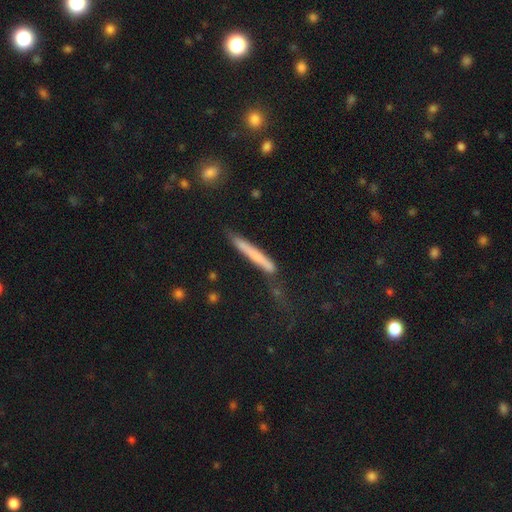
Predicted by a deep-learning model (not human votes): Overall: smooth (62%; featured or disk 30%). How rounded: cigar-shaped (96%). Merging: none (70%).